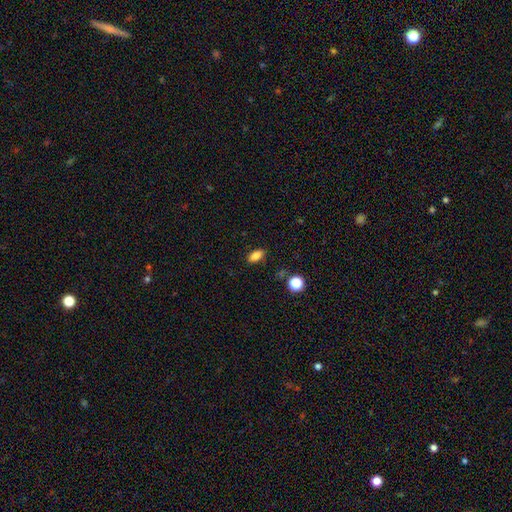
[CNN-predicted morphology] smooth-or-featured: smooth: 83% | star or artifact: 11% | featured or disk: 6%
  how-rounded: in between: 84% | round: 8% | cigar-shaped: 8%
  merging: none: 86% | minor disturbance: 10% | major disturbance: 2% | merger: 2%